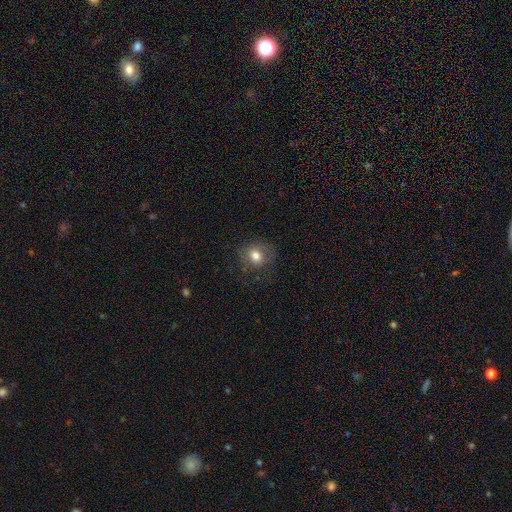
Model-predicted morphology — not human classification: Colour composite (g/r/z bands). It shows a smooth galaxy with no disk features (75%) that is round (69%). Merging: none (70%).